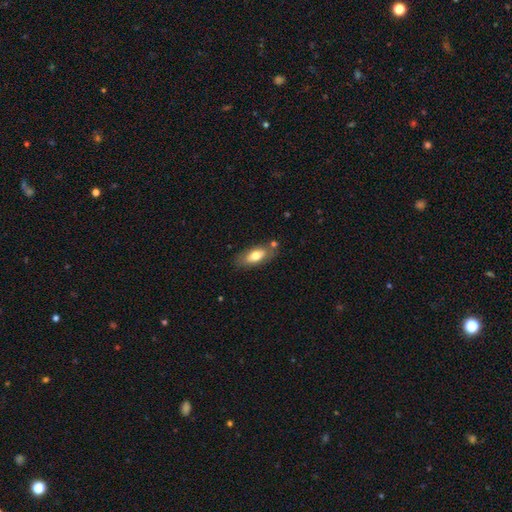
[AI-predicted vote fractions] Overall: smooth (68%). How rounded: in between (81%). Merging: none (74%).